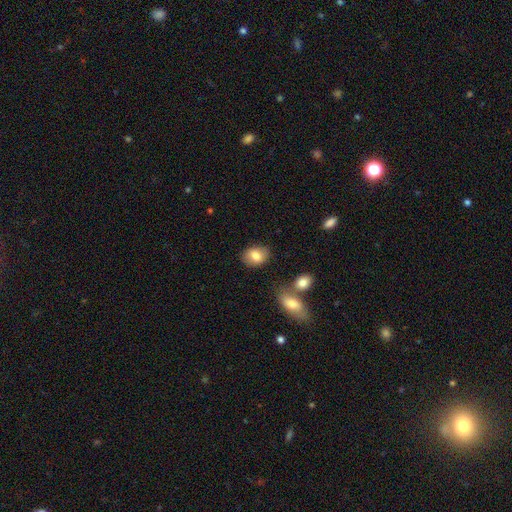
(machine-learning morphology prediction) The model was most divided on "how rounded": in between: 69%, round: 30%, cigar-shaped: 1%. More confident: smooth or featured — smooth (81%); merging — none (80%).